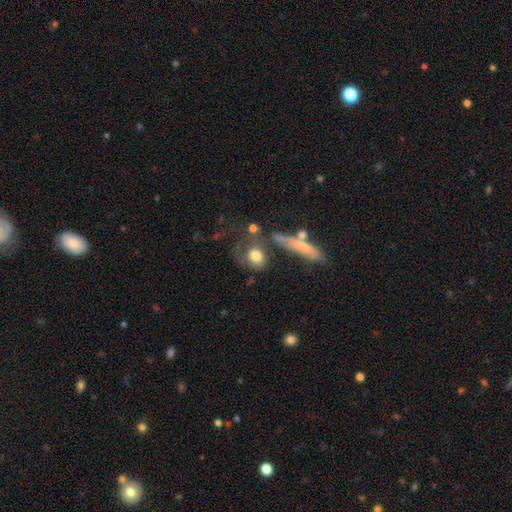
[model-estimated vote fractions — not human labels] smooth_or_featured: smooth (p=0.70) [alt: featured or disk p=0.22]
how_rounded: round (p=0.57) [alt: in between p=0.33]
merging: none (p=0.42) [alt: major disturbance p=0.20]